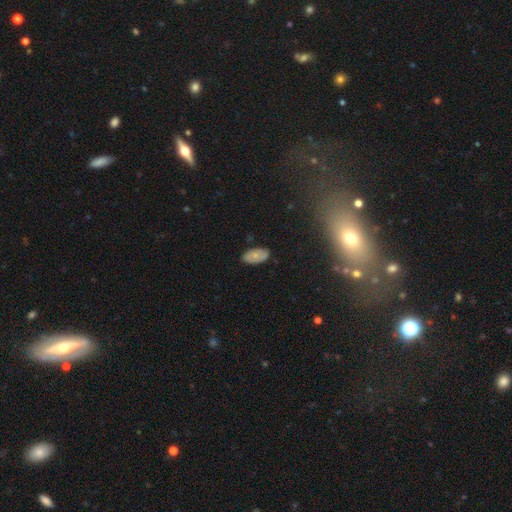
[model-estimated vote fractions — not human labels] This appears to be a smooth galaxy with no disk features (70%) that is in between round and cigar-shaped (94%). Merging: none (81%).